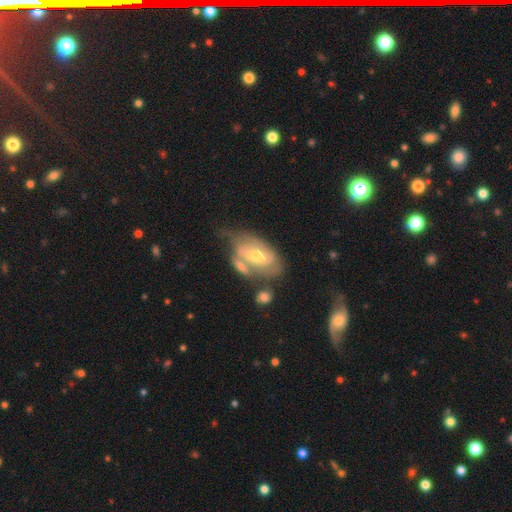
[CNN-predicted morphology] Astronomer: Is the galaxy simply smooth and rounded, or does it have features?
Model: featured or disk — 70%.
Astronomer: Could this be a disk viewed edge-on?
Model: no — 93%.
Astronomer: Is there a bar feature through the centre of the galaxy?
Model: no — 43% (runner-up: weak, 38%).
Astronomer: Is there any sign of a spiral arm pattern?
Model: yes — 78%.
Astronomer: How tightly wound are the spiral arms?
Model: tight — 45% (runner-up: medium, 38%).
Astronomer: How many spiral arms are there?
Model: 2 — 52% (runner-up: can't tell, 32%).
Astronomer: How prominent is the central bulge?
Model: moderate — 50% (runner-up: small, 45%).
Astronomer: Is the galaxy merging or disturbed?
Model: none — 33% (runner-up: merger, 29%).